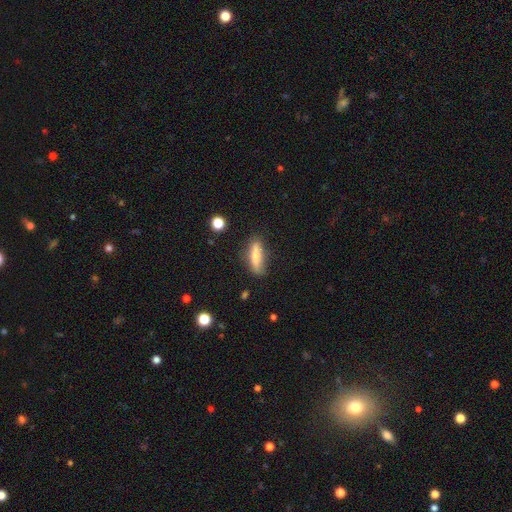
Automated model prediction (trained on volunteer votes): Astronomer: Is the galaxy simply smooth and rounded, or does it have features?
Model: smooth — 59%.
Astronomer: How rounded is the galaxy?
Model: cigar-shaped — 66%.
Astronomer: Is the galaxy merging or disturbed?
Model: none — 80%.